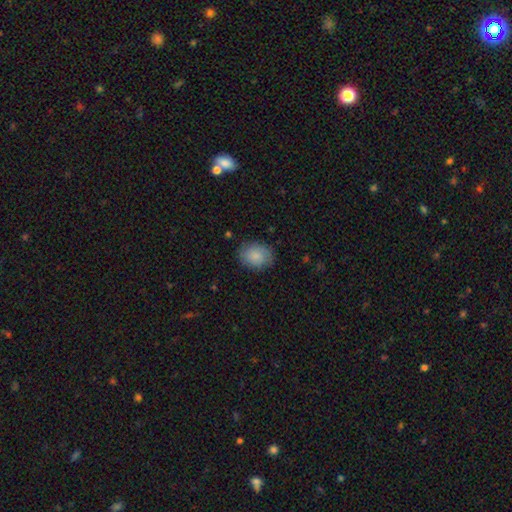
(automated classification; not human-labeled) Morphology: type=smooth (79%); roundness=in between (57%); merging=none (80%).